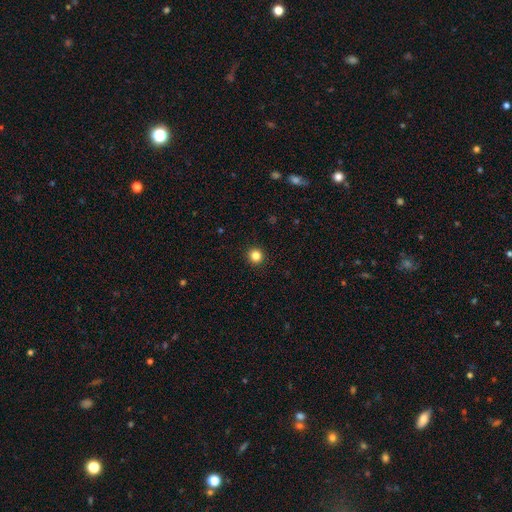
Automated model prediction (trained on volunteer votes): Overall: smooth (84%). How rounded: round (95%). Merging: none (94%).